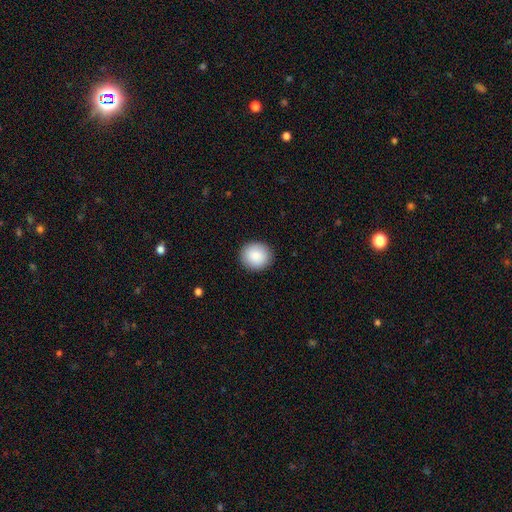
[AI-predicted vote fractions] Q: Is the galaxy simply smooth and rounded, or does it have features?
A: smooth — 89%.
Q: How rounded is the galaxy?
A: round — 82%.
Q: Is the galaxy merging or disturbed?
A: none — 91%.